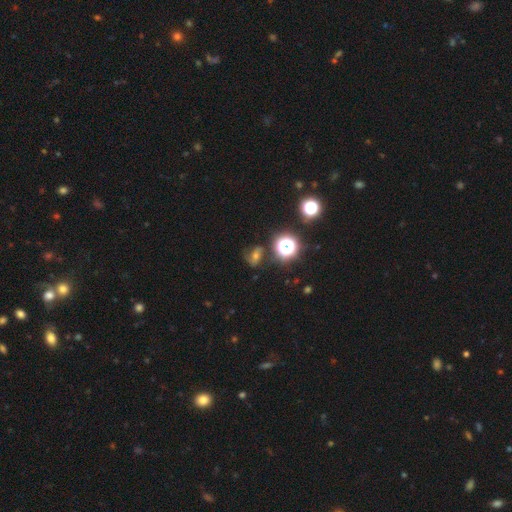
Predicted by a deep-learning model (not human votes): Smooth or featured: star or artifact — 35% (featured or disk — 32%)